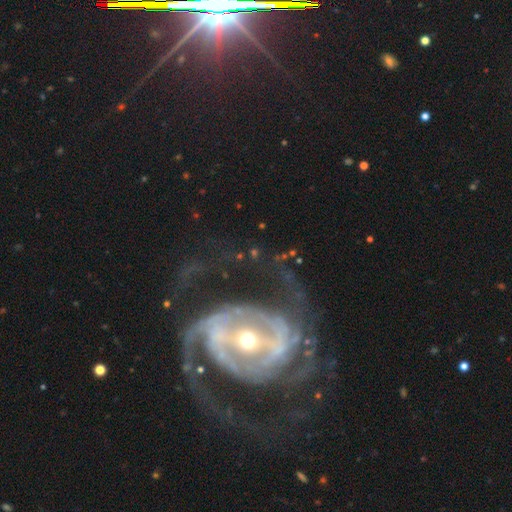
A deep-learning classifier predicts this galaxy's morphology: Smooth or featured? Predicted: featured or disk (p=0.86). Edge-on disk? Predicted: no (p=0.96). Bar? Predicted: strong (p=0.60). Spiral arms? Predicted: yes (p=0.92). Spiral winding? Predicted: medium (p=0.44). Spiral arm count? Predicted: 2 (p=0.65). Bulge size? Predicted: moderate (p=0.51). Merging? Predicted: none (p=0.63).